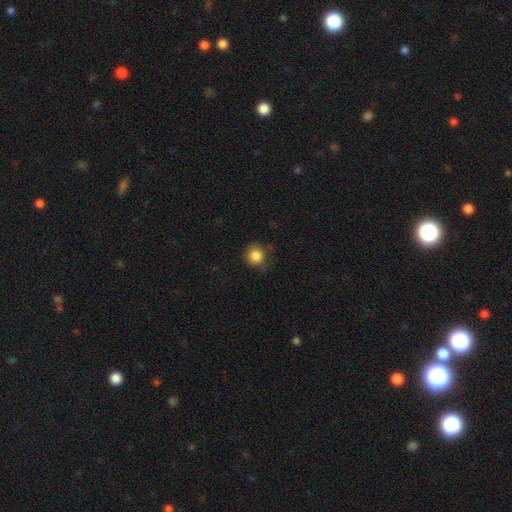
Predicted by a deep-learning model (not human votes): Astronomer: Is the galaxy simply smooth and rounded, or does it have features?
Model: smooth — 85%.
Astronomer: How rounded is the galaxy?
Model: round — 87%.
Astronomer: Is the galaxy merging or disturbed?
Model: none — 73%.